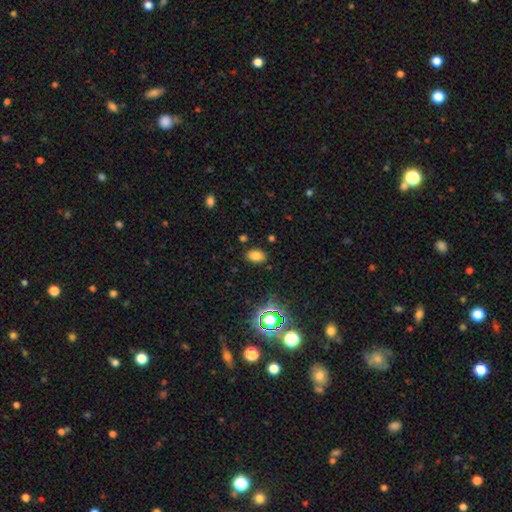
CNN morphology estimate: Smooth or featured: smooth — 76% (star or artifact — 18%)
How rounded: in between — 86% (round — 13%)
Merging: none — 85% (minor disturbance — 10%)